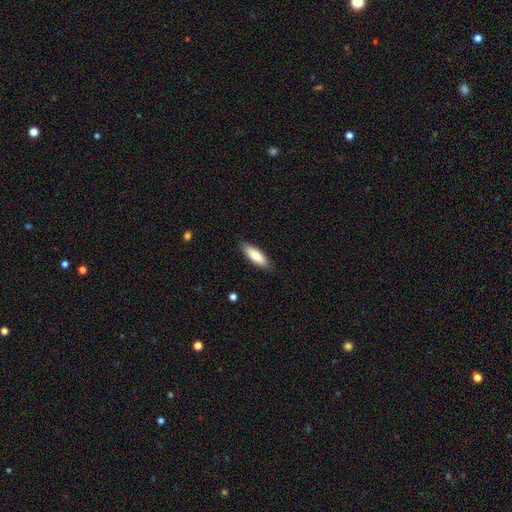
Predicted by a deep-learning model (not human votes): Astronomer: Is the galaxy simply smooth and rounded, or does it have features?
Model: smooth — 80%.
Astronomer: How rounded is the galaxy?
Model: in between — 57% (runner-up: cigar-shaped, 42%).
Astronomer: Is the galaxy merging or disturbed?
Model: none — 87%.